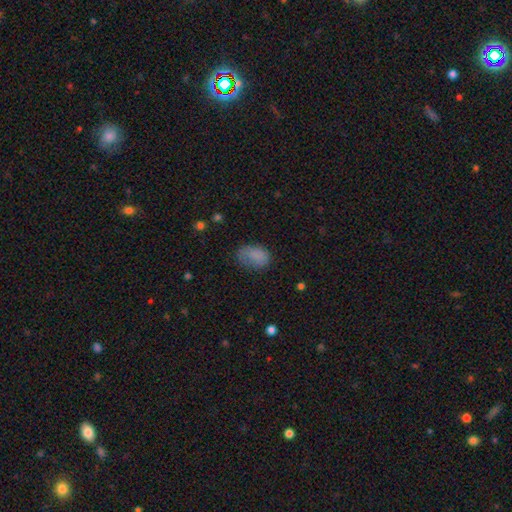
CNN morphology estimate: smooth_or_featured: smooth (p=0.82) [alt: star or artifact p=0.10]
how_rounded: in between (p=0.85) [alt: round p=0.13]
merging: none (p=0.57) [alt: minor disturbance p=0.29]